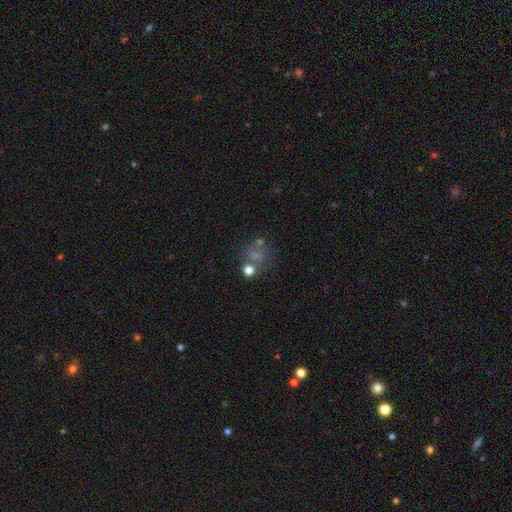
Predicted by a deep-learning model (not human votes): Smooth or featured? smooth (54%)
How rounded? round (74%)
Merging? none (50%)